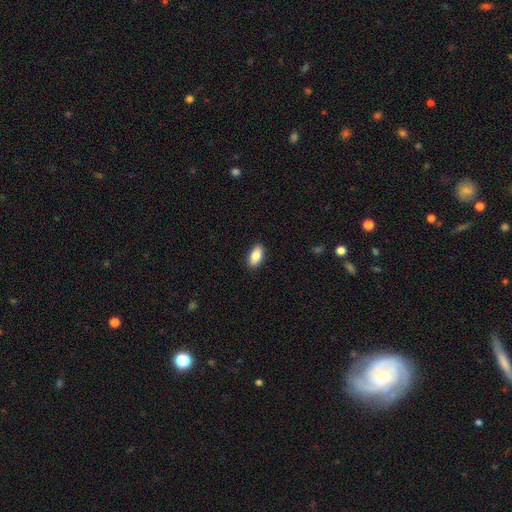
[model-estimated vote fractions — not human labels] Smooth or featured: smooth — 85% (featured or disk — 8%)
How rounded: in between — 92% (cigar-shaped — 5%)
Merging: none — 90% (minor disturbance — 7%)